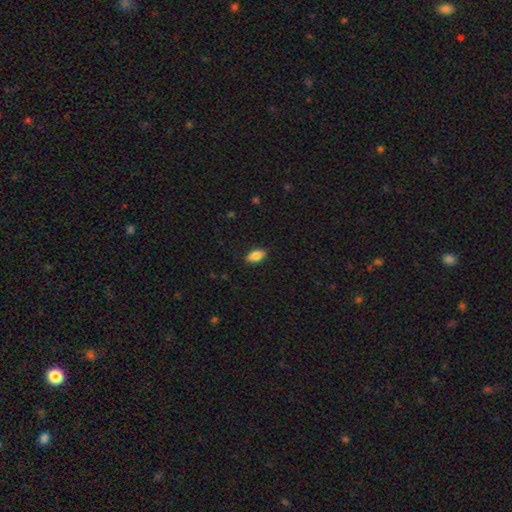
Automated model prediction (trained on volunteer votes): smooth-or-featured: smooth: 84% | featured or disk: 9% | star or artifact: 7%
  how-rounded: in between: 89% | cigar-shaped: 7% | round: 3%
  merging: none: 87% | minor disturbance: 10% | major disturbance: 2% | merger: 1%